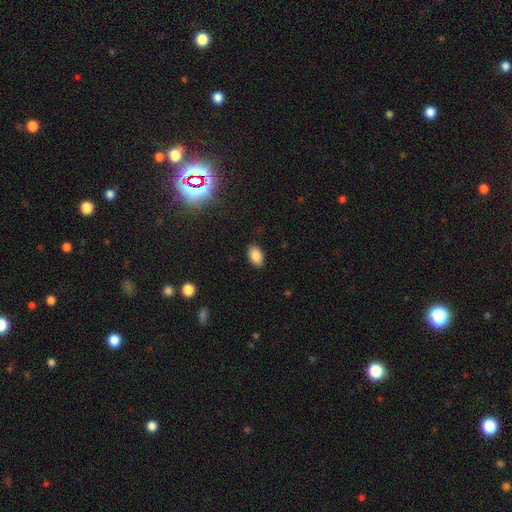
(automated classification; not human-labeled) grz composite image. It shows a smooth galaxy with no disk features (86%) that is in between round and cigar-shaped (91%). Merging: none (86%).